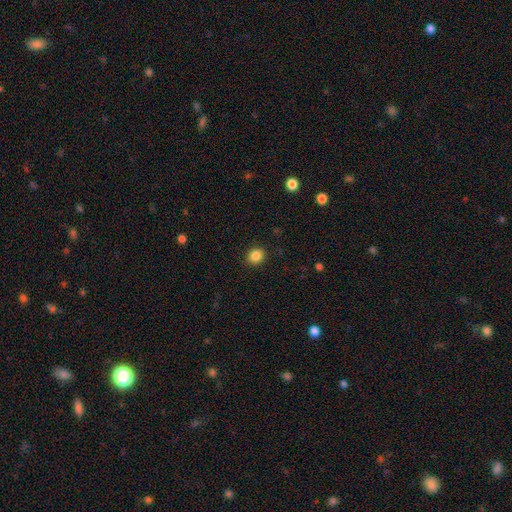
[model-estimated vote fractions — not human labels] Smooth or featured? smooth (86%)
How rounded? round (77%)
Merging? none (91%)